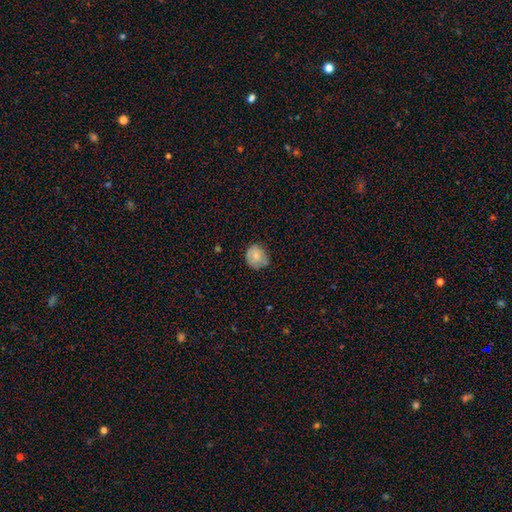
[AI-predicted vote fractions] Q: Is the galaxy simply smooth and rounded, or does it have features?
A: smooth — 78%.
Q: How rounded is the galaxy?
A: round — 75%.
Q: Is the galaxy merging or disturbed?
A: none — 62%.